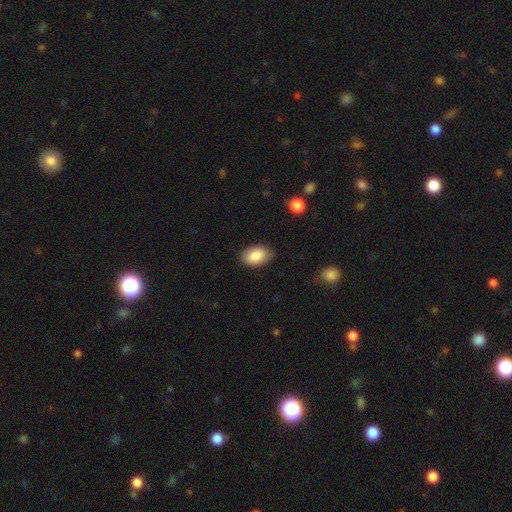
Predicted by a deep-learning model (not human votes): The model was most divided on "merging": none: 83%, minor disturbance: 14%, major disturbance: 3%, merger: 1%. More confident: how rounded — in between (91%); smooth or featured — smooth (86%).